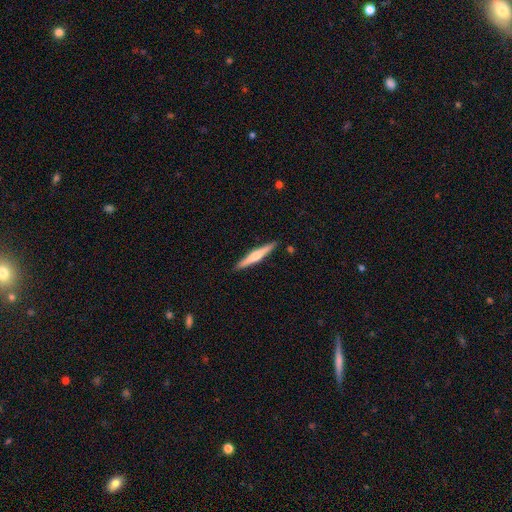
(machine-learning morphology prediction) Overall: featured or disk (57%; smooth 38%). Edge-on disk: yes (98%). Edge-on bulge: rounded (78%). Merging: none (91%).